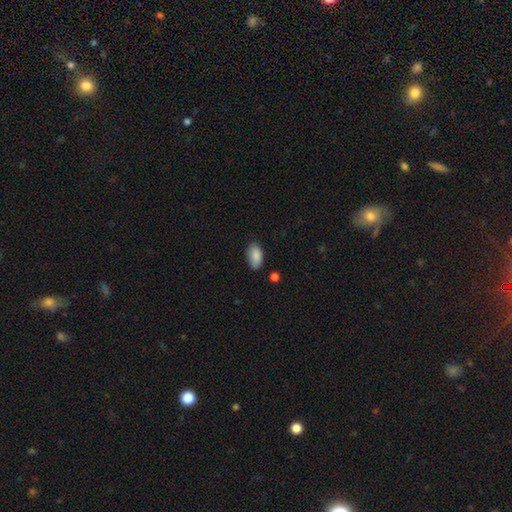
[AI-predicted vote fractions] Smooth or featured? Predicted: smooth (p=0.88). How rounded? Predicted: in between (p=0.94). Merging? Predicted: none (p=0.77).